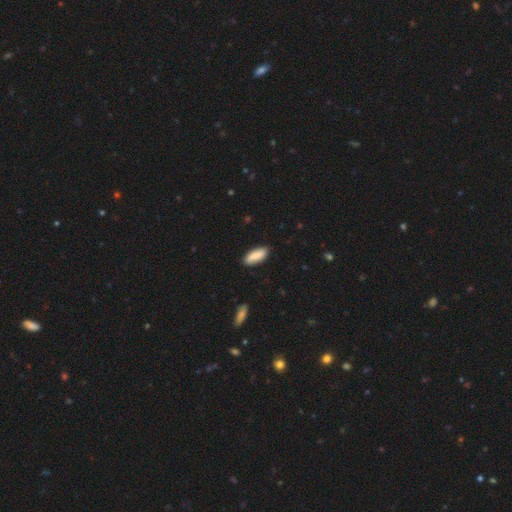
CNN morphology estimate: Smooth or featured: smooth — 83% (featured or disk — 11%)
How rounded: in between — 74% (cigar-shaped — 24%)
Merging: none — 85% (minor disturbance — 11%)